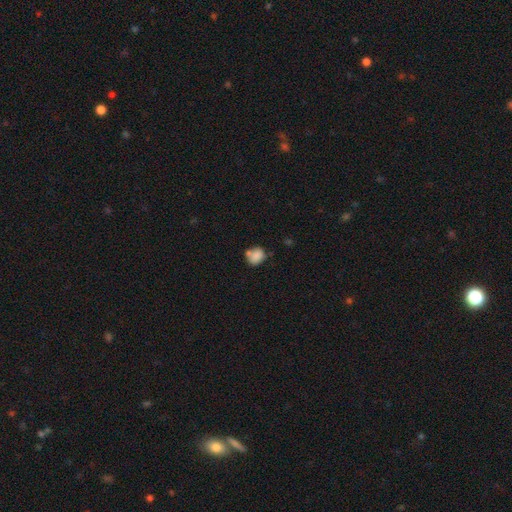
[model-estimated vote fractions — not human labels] smooth_or_featured: smooth (p=0.82) [alt: star or artifact p=0.10]
how_rounded: round (p=0.60) [alt: in between p=0.39]
merging: none (p=0.50) [alt: merger p=0.22]